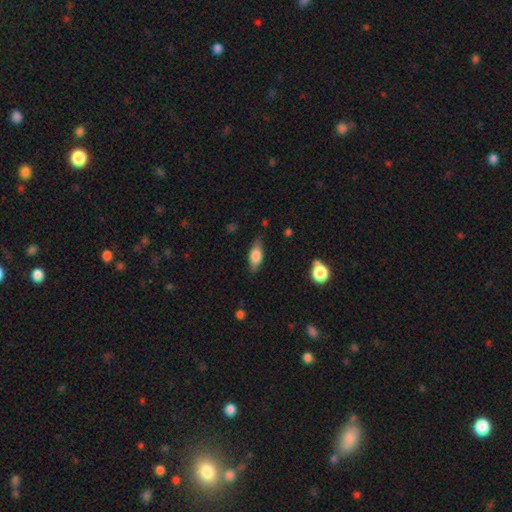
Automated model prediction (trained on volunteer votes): This appears to be a smooth galaxy with no disk features (66%) that is in between round and cigar-shaped (75%). Merging: none (81%).